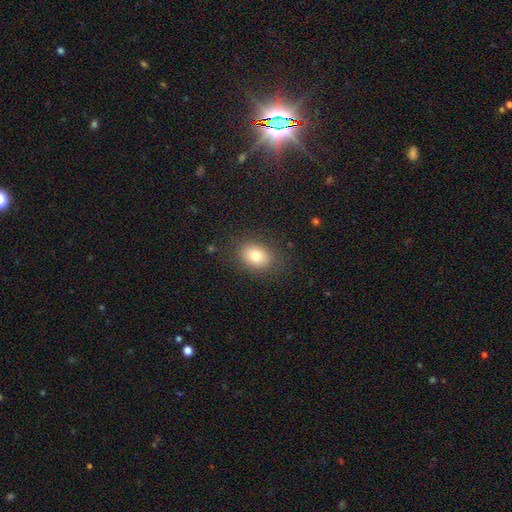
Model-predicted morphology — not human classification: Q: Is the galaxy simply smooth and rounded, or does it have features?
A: smooth — 80%.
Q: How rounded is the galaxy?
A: in between — 65%.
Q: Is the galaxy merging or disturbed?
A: none — 84%.